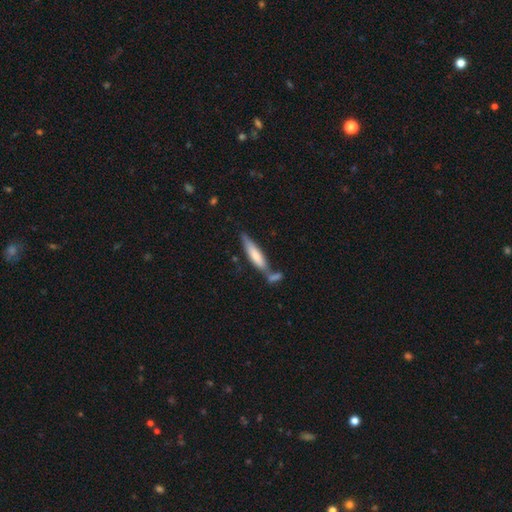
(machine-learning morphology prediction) Smooth or featured? Predicted: smooth (p=0.65). How rounded? Predicted: cigar-shaped (p=0.79). Merging? Predicted: none (p=0.52).